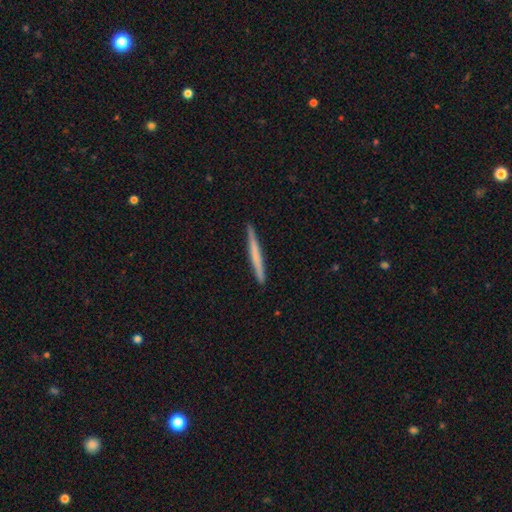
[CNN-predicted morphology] type=smooth (56%); roundness=cigar-shaped (97%); merging=none (92%).